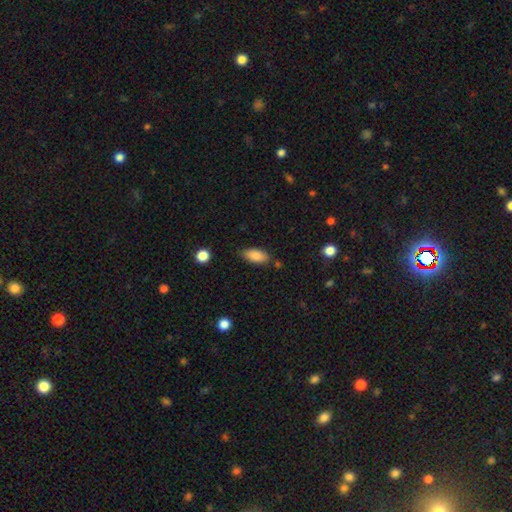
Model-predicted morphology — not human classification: Smooth or featured? smooth (87%)
How rounded? in between (88%)
Merging? none (80%)